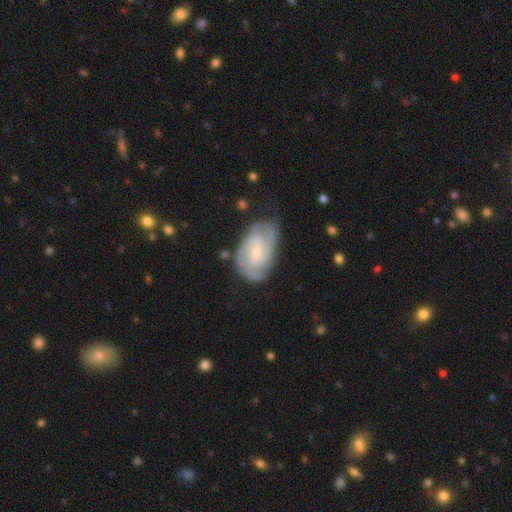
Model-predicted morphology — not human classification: The model was most divided on "bar" (2-way tie): no: 45%, weak: 45%, strong: 10%. More confident: edge-on disk — no (97%); spiral arms — yes (96%); smooth or featured — featured or disk (81%); merging — none (68%); bulge size — small (62%); spiral winding — tight (59%); spiral arm count — 2 (52%).